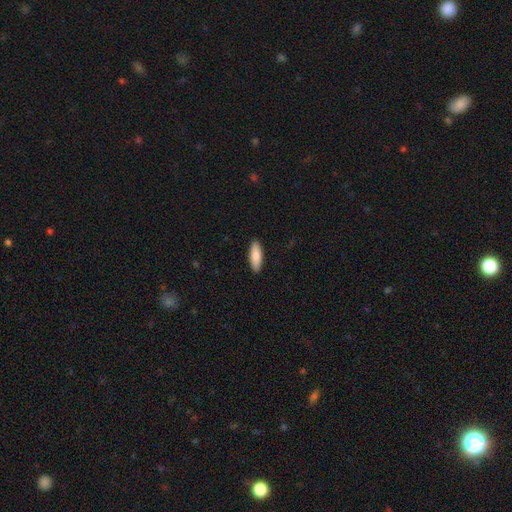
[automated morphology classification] Smooth or featured? smooth (85%)
How rounded? in between (56%)
Merging? none (90%)